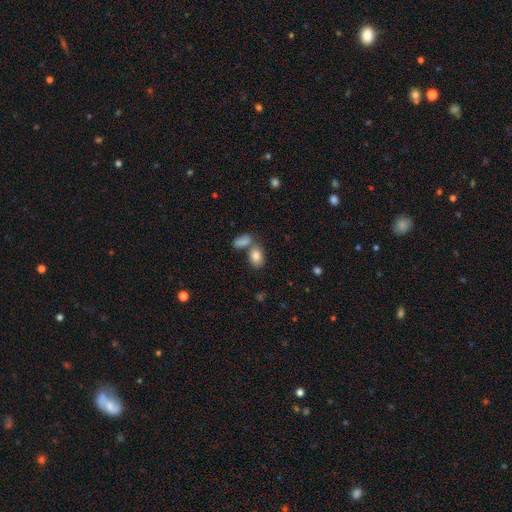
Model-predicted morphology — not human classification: This is clearly a smooth galaxy (84%). How rounded: clearly in between (85%). Merging: possibly none (49%).